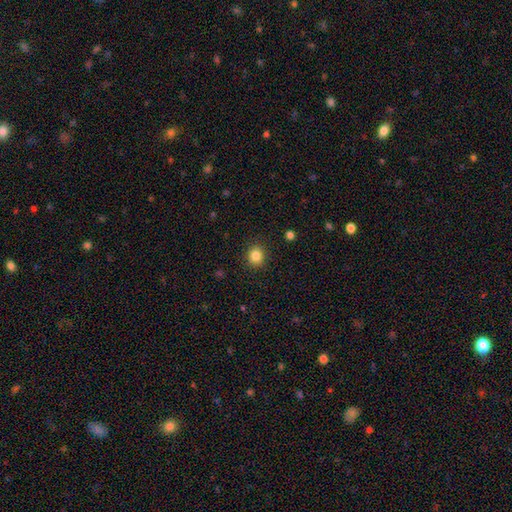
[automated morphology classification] type=smooth (84%); roundness=round (81%); merging=none (89%).